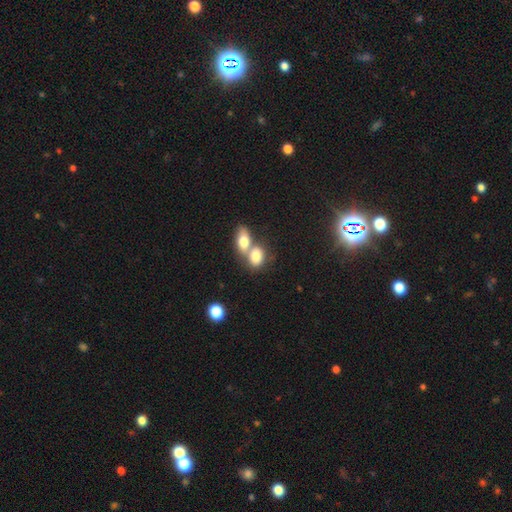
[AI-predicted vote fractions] A smooth galaxy with no disk features (78%) that is in between round and cigar-shaped (80%).

Vote fractions:
- Smooth or featured? smooth: 78% / featured or disk: 14% / star or artifact: 8%
- How rounded? in between: 80% / round: 18% / cigar-shaped: 2%
- Merging? merger: 66% / none: 23% / minor disturbance: 7% / major disturbance: 3%